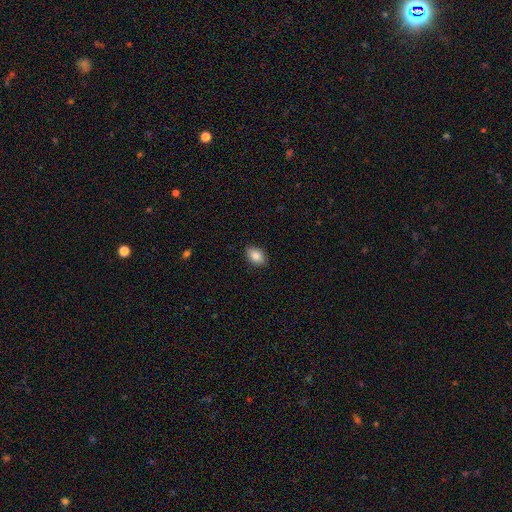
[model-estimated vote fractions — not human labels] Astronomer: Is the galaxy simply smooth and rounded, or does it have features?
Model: smooth — 85%.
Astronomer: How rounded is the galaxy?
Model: in between — 85%.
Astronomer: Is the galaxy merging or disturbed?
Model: none — 87%.